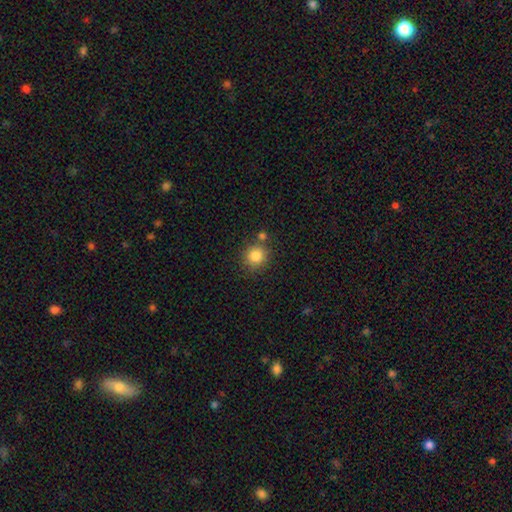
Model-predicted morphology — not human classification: A smooth galaxy with no disk features (84%) that is round (89%). Merging: none (74%).